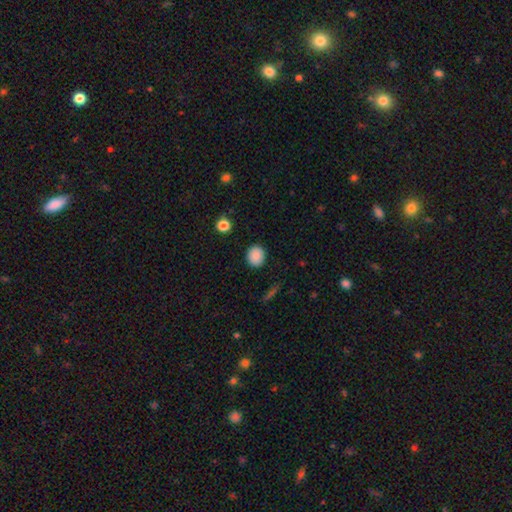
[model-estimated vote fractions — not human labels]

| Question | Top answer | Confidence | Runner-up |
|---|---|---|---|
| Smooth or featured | smooth | 87% | star or artifact (8%) |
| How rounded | round | 74% | in between (25%) |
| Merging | none | 90% | minor disturbance (7%) |